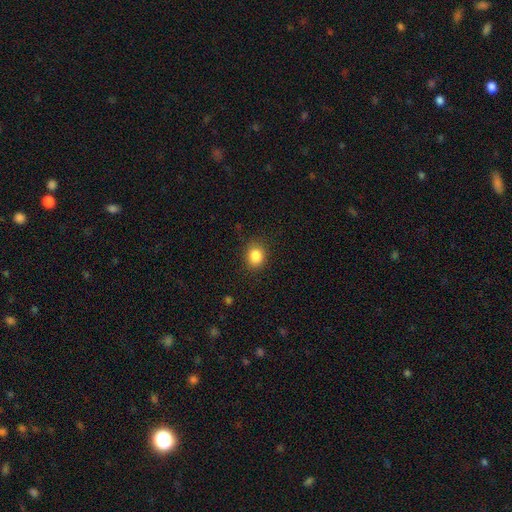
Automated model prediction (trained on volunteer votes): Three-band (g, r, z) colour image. It shows a smooth galaxy with no disk features (85%) that is round (63%). Merging: none (85%).